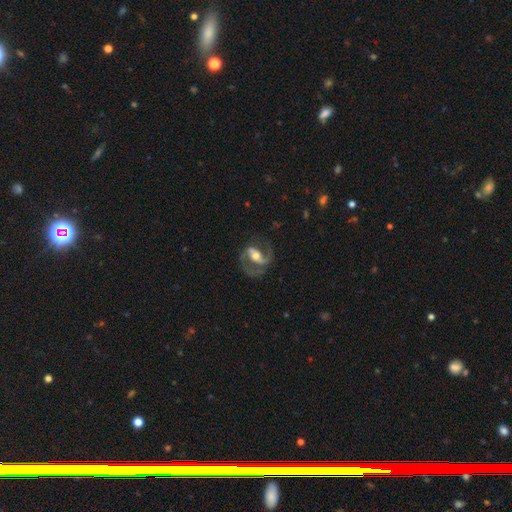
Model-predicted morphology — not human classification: smooth_or_featured: featured or disk (p=0.86) [alt: smooth p=0.09]
disk_edge_on: no (p=0.96) [alt: yes p=0.04]
bar: strong (p=0.49) [alt: weak p=0.32]
has_spiral_arms: yes (p=0.94) [alt: no p=0.06]
spiral_winding: medium (p=0.54) [alt: loose p=0.30]
spiral_arm_count: 2 (p=0.87) [alt: 1 p=0.06]
bulge_size: moderate (p=0.65) [alt: small p=0.20]
merging: none (p=0.66) [alt: major disturbance p=0.16]